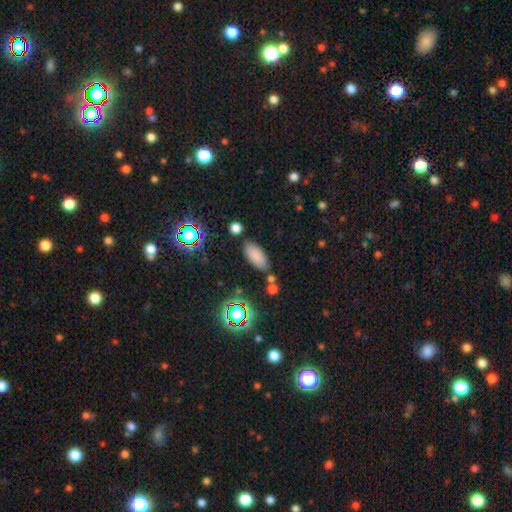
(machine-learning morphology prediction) type=smooth (82%); roundness=in between (88%); merging=none (80%).